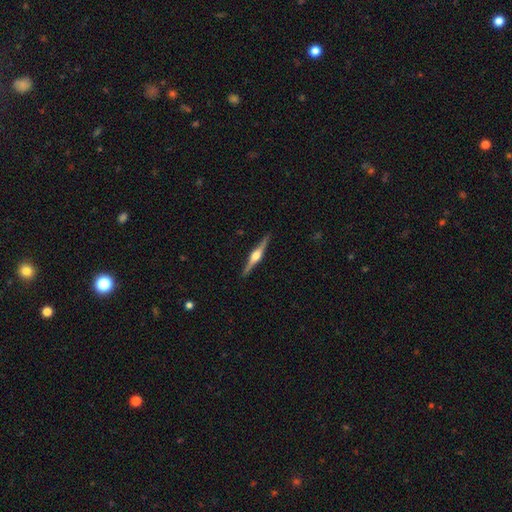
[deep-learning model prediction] Q: Smooth or featured?
A: featured or disk (83%); runner-up: smooth (12%)
Q: Edge-on disk?
A: yes (98%); runner-up: no (2%)
Q: Edge-on bulge?
A: rounded (94%); runner-up: boxy (4%)
Q: Merging?
A: none (91%); runner-up: minor disturbance (7%)